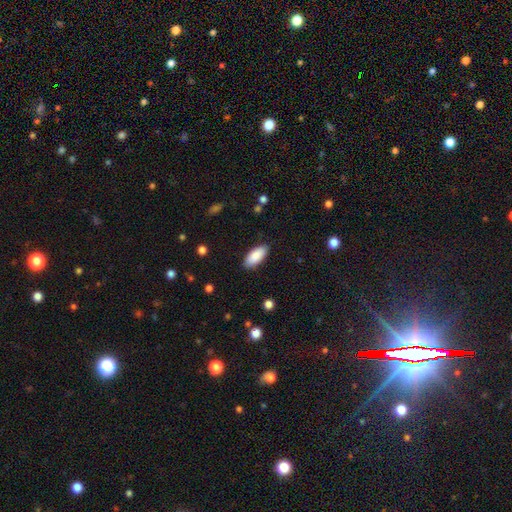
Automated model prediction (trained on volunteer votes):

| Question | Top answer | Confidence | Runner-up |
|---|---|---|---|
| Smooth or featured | smooth | 88% | star or artifact (6%) |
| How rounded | in between | 89% | cigar-shaped (9%) |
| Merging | none | 88% | minor disturbance (9%) |